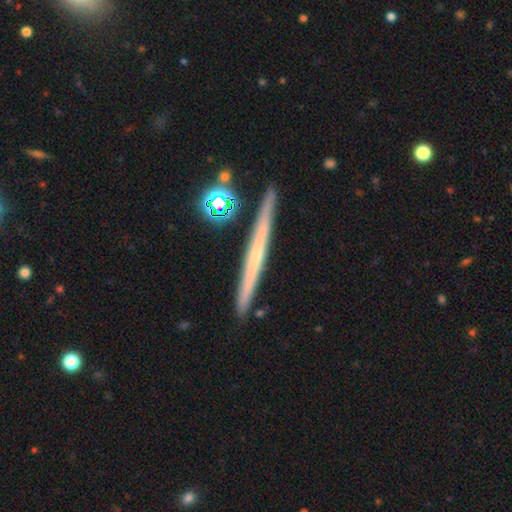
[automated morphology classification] Smooth or featured? featured or disk (58%)
Edge-on disk? yes (97%)
Edge-on bulge? none (75%)
Merging? none (89%)